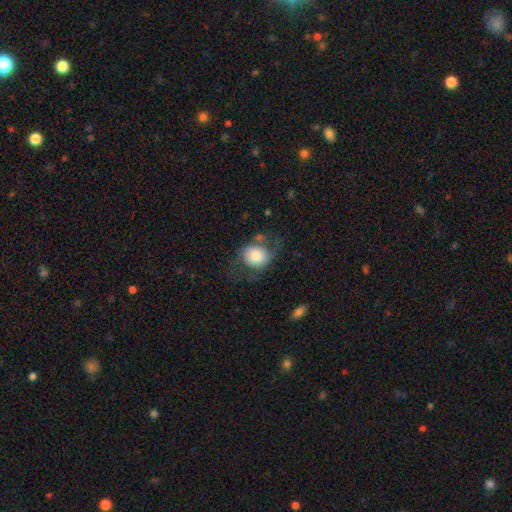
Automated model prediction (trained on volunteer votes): A smooth galaxy with no disk features (68%) that is round (71%). Merging: none (48%).